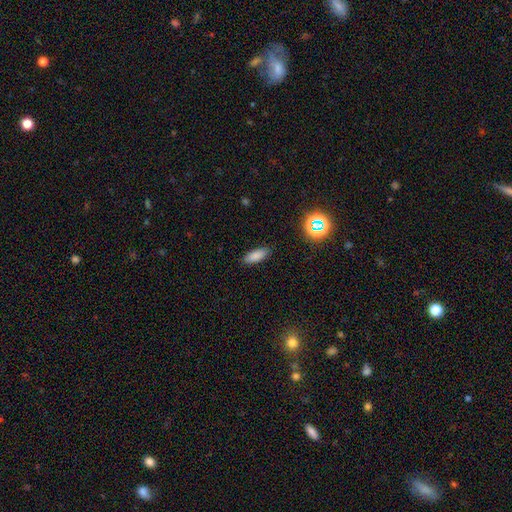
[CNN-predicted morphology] Smooth or featured? Predicted: smooth (p=0.84). How rounded? Predicted: in between (p=0.72). Merging? Predicted: none (p=0.87).